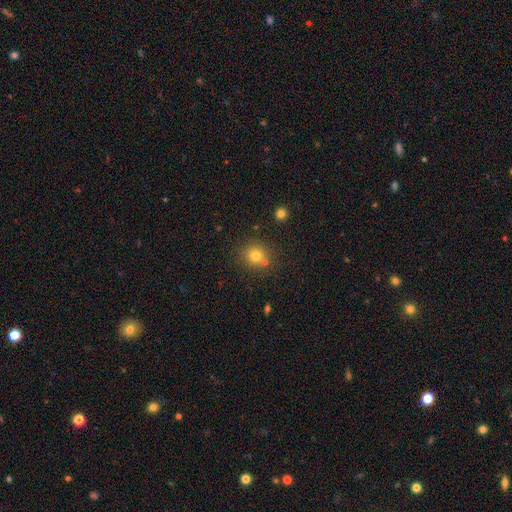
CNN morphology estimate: Q: Smooth or featured?
A: smooth (77%); runner-up: star or artifact (15%)
Q: How rounded?
A: round (88%); runner-up: in between (11%)
Q: Merging?
A: none (77%); runner-up: merger (12%)